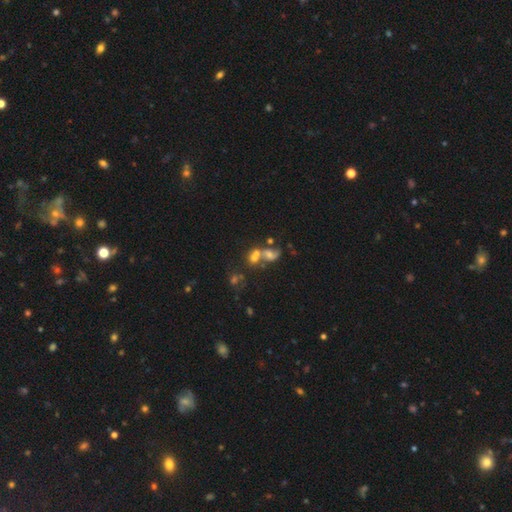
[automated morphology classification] This is marginally a smooth galaxy (39%). Merging: possibly merger (57%).